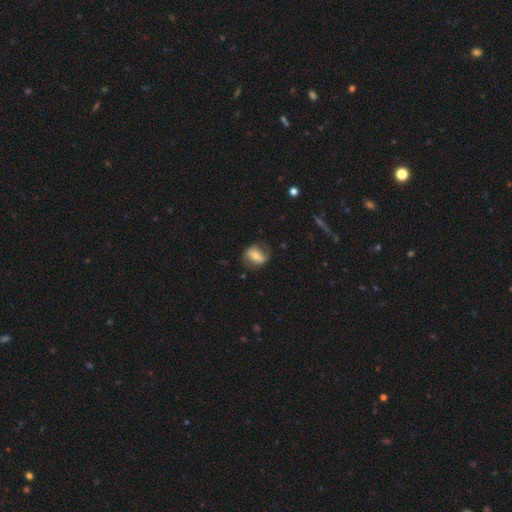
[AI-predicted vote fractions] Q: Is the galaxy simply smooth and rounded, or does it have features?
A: smooth — 47%.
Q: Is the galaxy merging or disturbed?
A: none — 64%.